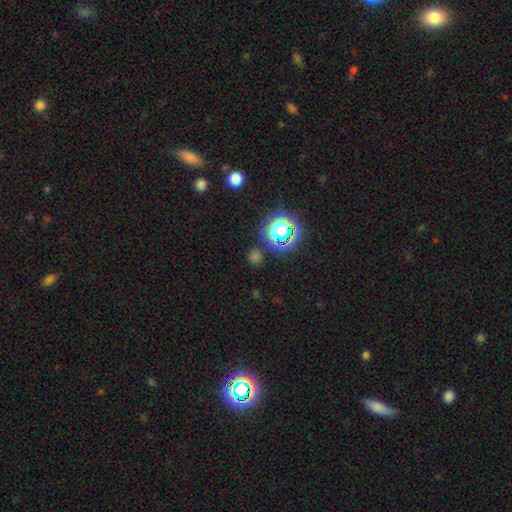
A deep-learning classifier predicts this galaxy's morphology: Smooth or featured? Predicted: star or artifact (p=0.47, tied with smooth).